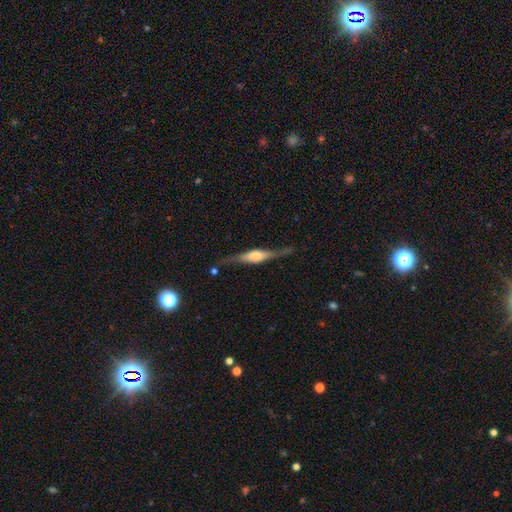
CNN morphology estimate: A featured or disk galaxy (76%) viewed edge-on (96%) with a rounded central bulge (75%).

Vote fractions:
- Smooth or featured? featured or disk: 76% / smooth: 18% / star or artifact: 6%
- Edge-on disk? yes: 96% / no: 4%
- Edge-on bulge? rounded: 75% / boxy: 22% / none: 3%
- Merging? none: 79% / minor disturbance: 14% / major disturbance: 5% / merger: 2%